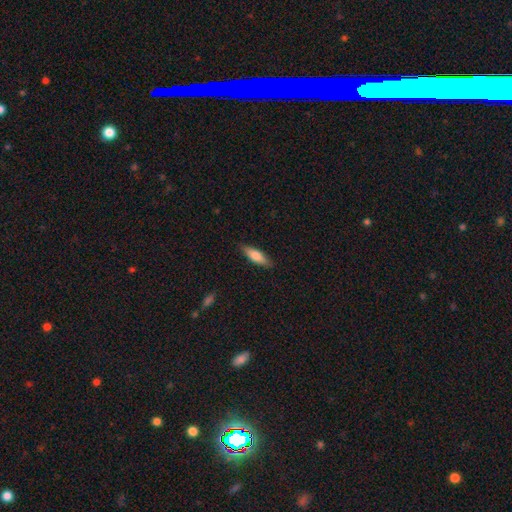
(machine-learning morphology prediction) Overall: smooth (77%). How rounded: cigar-shaped (55%; in between 43%). Merging: none (87%).